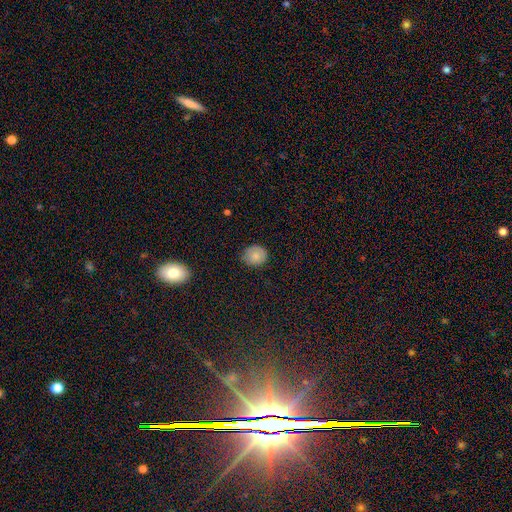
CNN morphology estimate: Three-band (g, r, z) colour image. It shows a smooth galaxy with no disk features (80%) that is round (75%). Merging: none (77%).